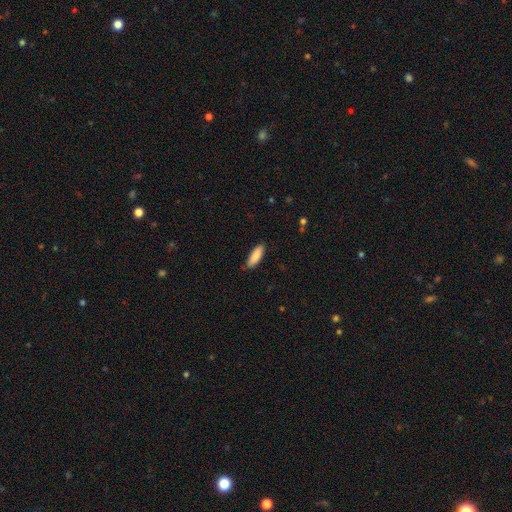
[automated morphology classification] type=smooth (88%); roundness=in between (57%); merging=none (82%).